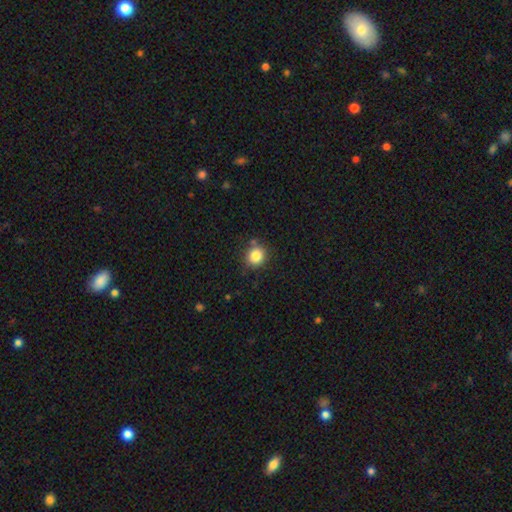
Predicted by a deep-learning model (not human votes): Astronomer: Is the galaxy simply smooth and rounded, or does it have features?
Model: smooth — 84%.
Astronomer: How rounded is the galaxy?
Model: round — 84%.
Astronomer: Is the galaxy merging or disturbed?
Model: none — 81%.